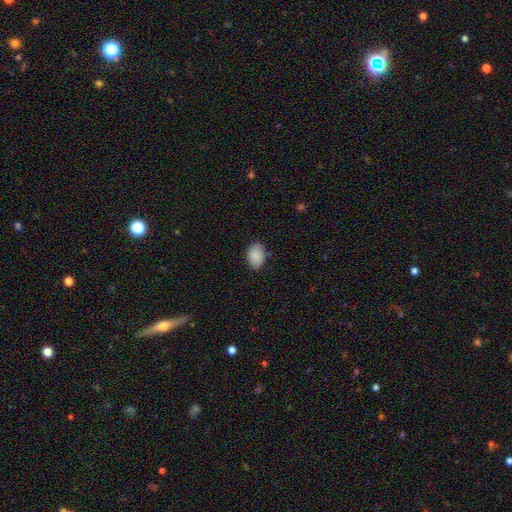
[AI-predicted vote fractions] This is clearly a smooth galaxy (87%). How rounded: clearly in between (80%). Merging: clearly none (83%).